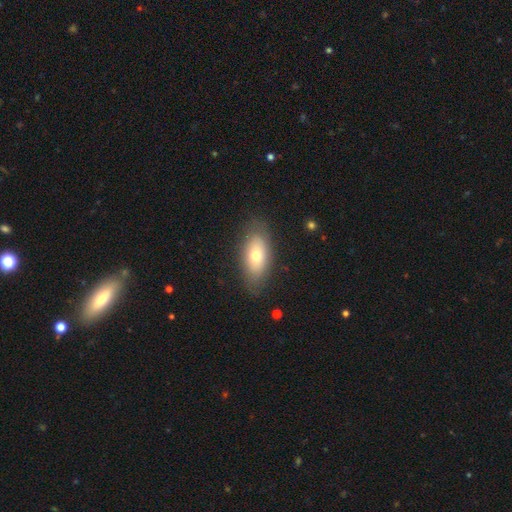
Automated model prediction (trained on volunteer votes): The model was most divided on "smooth or featured": smooth: 70%, featured or disk: 22%, star or artifact: 9%. More confident: how rounded — in between (87%); merging — none (81%).